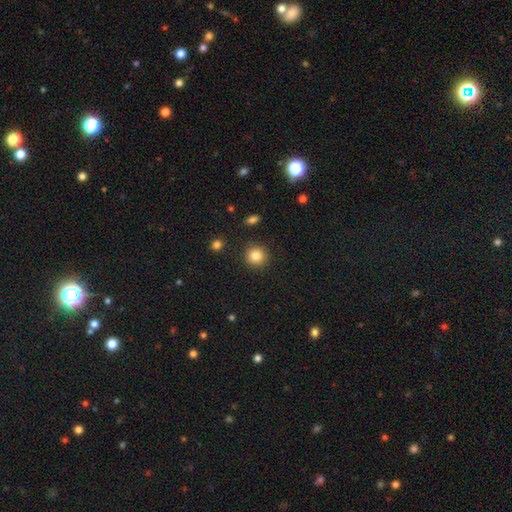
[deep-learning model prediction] Smooth or featured: smooth — 85% (star or artifact — 10%)
How rounded: round — 92% (in between — 7%)
Merging: none — 89% (minor disturbance — 6%)